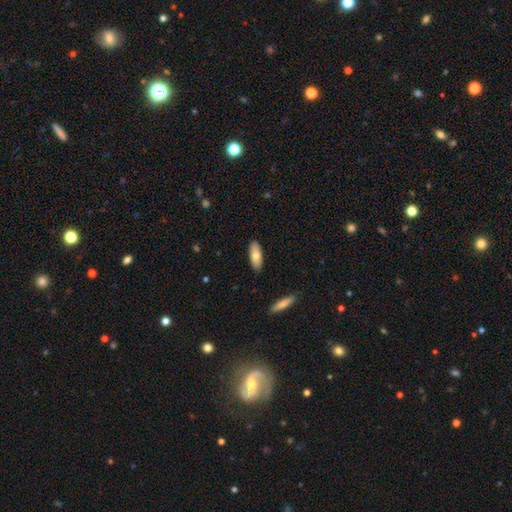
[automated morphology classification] Smooth or featured?
  - smooth: 72% *
  - featured or disk: 22%
  - star or artifact: 6%
How rounded?
  - in between: 70% *
  - cigar-shaped: 28%
  - round: 2%
Merging?
  - none: 88% *
  - minor disturbance: 9%
  - major disturbance: 2%
  - merger: 1%